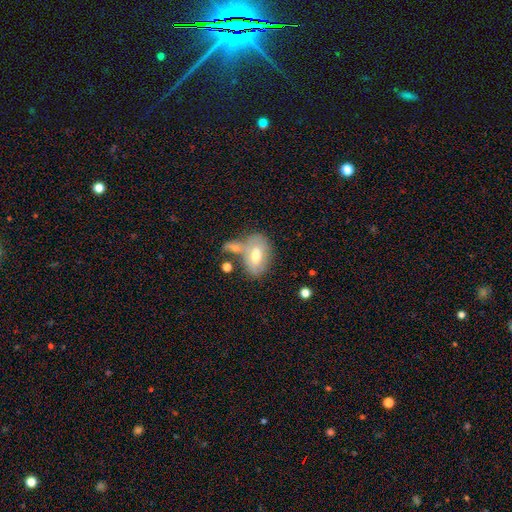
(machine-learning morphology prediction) A smooth galaxy with no disk features (59%) that is in between round and cigar-shaped (88%). Merging: none (40%).